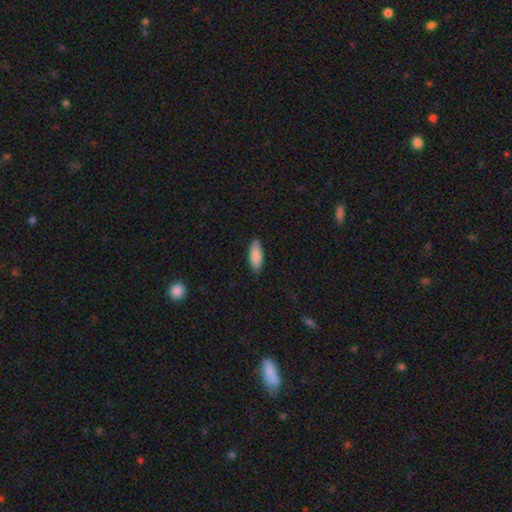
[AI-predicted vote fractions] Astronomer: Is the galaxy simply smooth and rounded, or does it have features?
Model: smooth — 87%.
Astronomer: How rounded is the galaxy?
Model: in between — 73%.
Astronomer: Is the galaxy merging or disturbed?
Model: none — 82%.